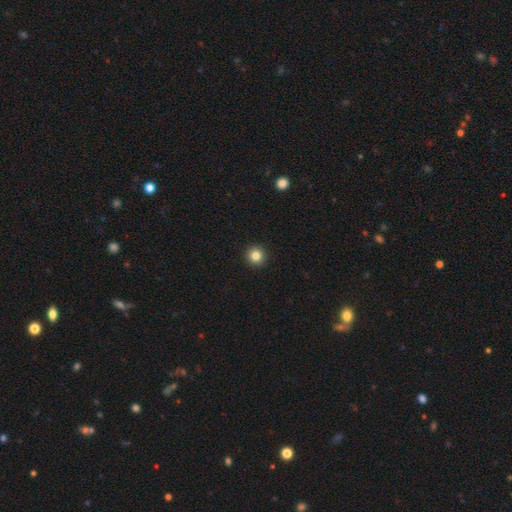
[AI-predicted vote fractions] Smooth or featured? smooth (83%)
How rounded? round (95%)
Merging? none (94%)